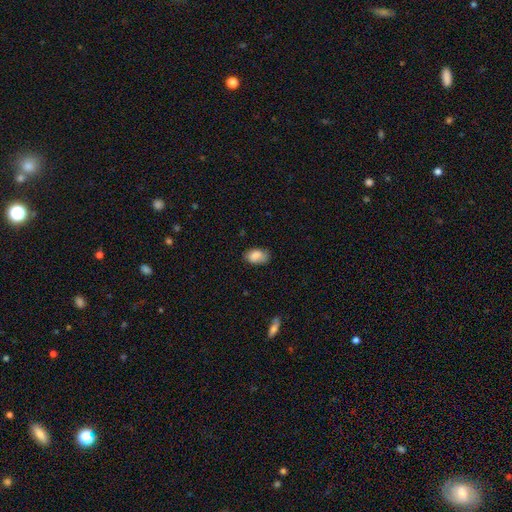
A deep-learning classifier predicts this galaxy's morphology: Q: Smooth or featured?
A: smooth (83%); runner-up: featured or disk (10%)
Q: How rounded?
A: in between (90%); runner-up: round (9%)
Q: Merging?
A: none (68%); runner-up: minor disturbance (25%)